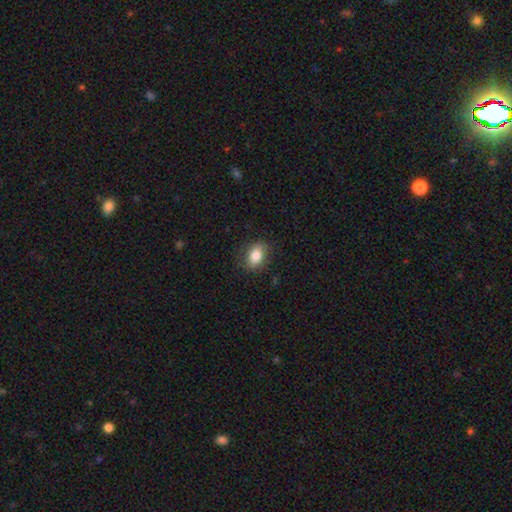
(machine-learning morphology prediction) Q: Smooth or featured?
A: smooth (81%); runner-up: featured or disk (11%)
Q: How rounded?
A: in between (78%); runner-up: round (20%)
Q: Merging?
A: none (81%); runner-up: minor disturbance (14%)